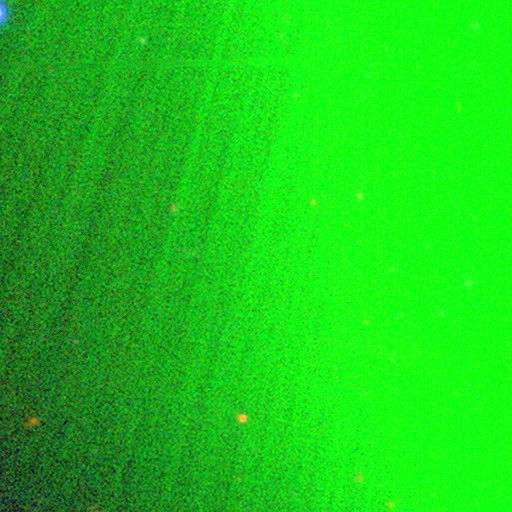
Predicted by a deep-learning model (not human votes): Smooth or featured? star or artifact (81%)